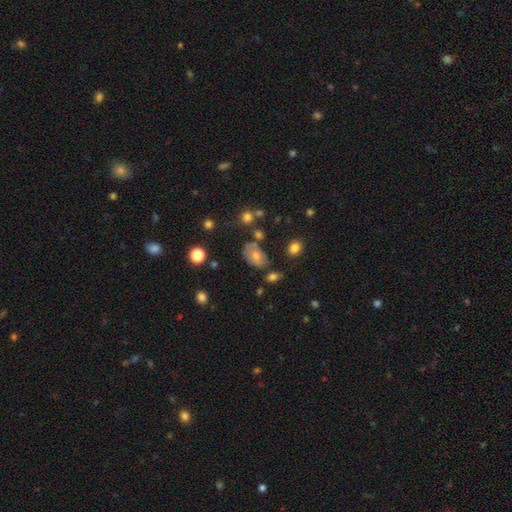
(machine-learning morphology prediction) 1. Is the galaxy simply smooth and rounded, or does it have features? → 51% smooth, 33% featured or disk, 16% star or artifact.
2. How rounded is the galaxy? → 81% in between, 18% round, 2% cigar-shaped.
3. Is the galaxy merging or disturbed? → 56% none, 23% minor disturbance, 11% major disturbance, 10% merger.